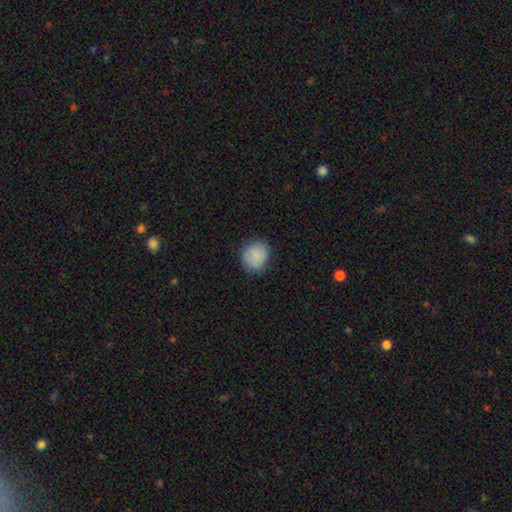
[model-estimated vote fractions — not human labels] Smooth or featured: smooth — 85% (star or artifact — 8%)
How rounded: round — 77% (in between — 22%)
Merging: none — 75% (minor disturbance — 19%)